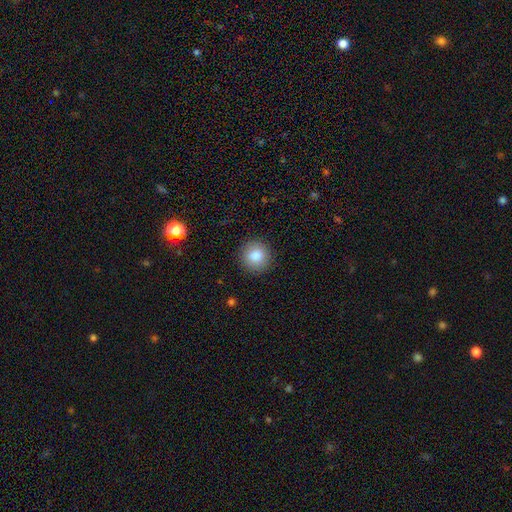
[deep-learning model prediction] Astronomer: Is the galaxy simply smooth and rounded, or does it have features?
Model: smooth — 85%.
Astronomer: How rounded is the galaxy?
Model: round — 93%.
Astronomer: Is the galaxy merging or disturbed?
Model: none — 90%.